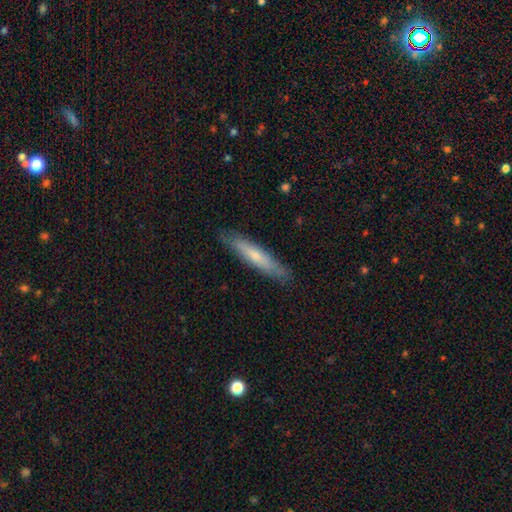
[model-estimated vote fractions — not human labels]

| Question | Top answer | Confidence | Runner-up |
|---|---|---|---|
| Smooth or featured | smooth | 61% | featured or disk (34%) |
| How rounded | cigar-shaped | 88% | in between (11%) |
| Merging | none | 86% | minor disturbance (11%) |